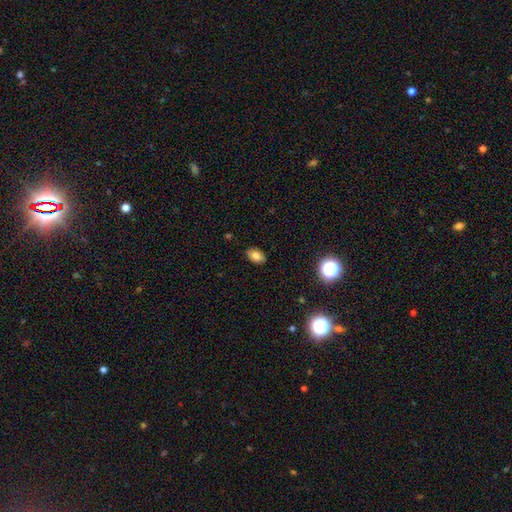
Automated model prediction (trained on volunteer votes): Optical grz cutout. It shows a smooth galaxy with no disk features (81%) that is in between round and cigar-shaped (87%). Merging: none (87%).